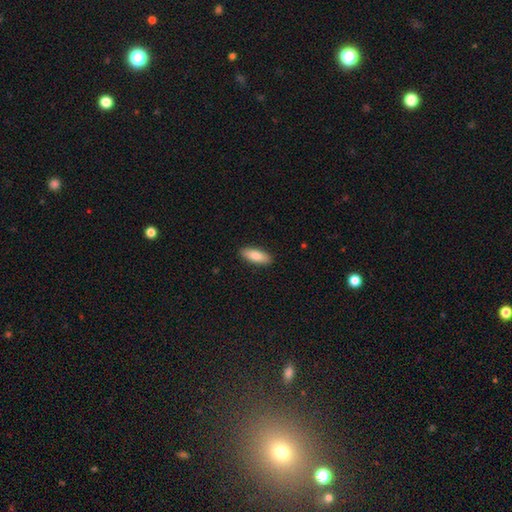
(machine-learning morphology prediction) This appears to be a smooth galaxy with no disk features (85%) that is in between round and cigar-shaped (72%). Merging: none (90%).